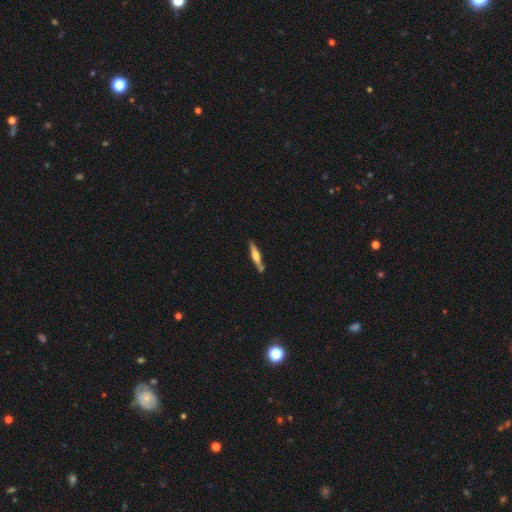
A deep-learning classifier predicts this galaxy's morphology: A featured or disk galaxy (50%) viewed edge-on (95%). Merging: none (78%).